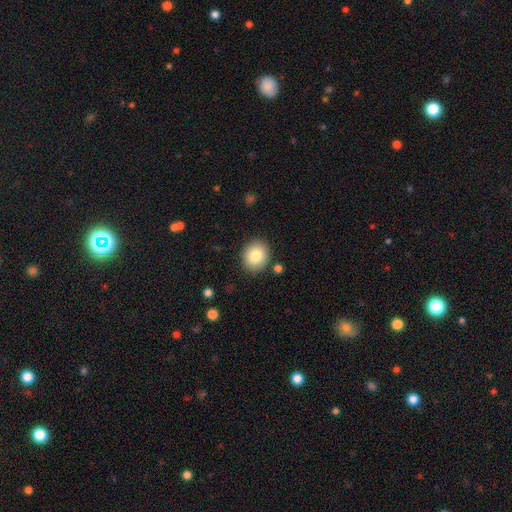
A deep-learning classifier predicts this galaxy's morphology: The model was most divided on "how rounded": round: 69%, in between: 30%, cigar-shaped: 1%. More confident: merging — none (87%); smooth or featured — smooth (82%).